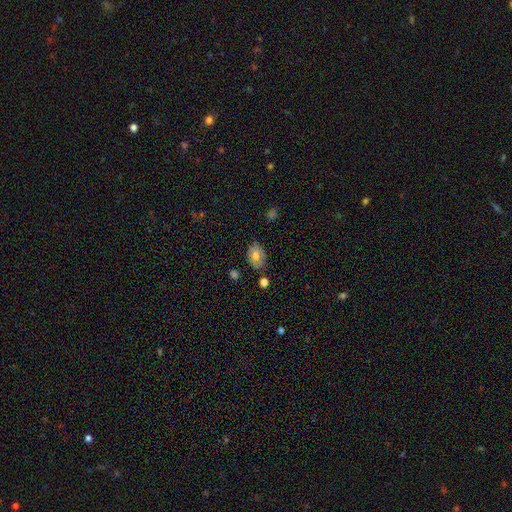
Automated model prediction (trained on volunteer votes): The model was most divided on "smooth or featured": smooth: 66%, featured or disk: 25%, star or artifact: 9%. More confident: how rounded — in between (80%); merging — none (76%).